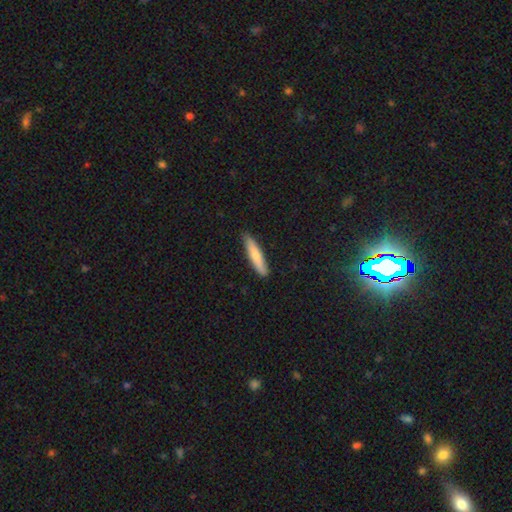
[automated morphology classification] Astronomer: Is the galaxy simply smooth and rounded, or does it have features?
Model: smooth — 76%.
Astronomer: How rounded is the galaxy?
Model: cigar-shaped — 88%.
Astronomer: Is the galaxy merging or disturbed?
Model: none — 88%.